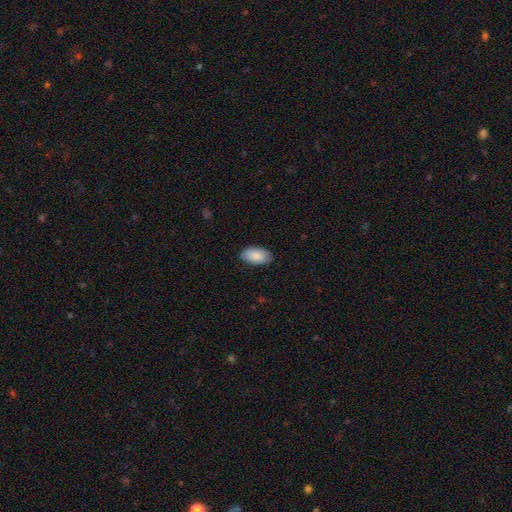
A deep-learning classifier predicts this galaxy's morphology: Smooth or featured? Predicted: smooth (p=0.86). How rounded? Predicted: in between (p=0.95). Merging? Predicted: none (p=0.84).